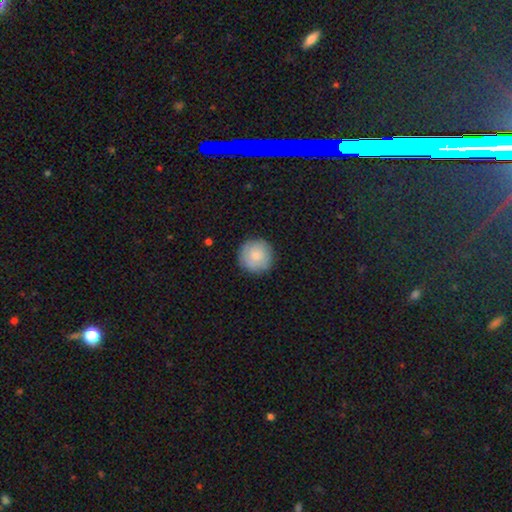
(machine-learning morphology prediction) Q: Smooth or featured?
A: smooth (81%); runner-up: featured or disk (13%)
Q: How rounded?
A: round (96%); runner-up: in between (3%)
Q: Merging?
A: none (88%); runner-up: minor disturbance (9%)